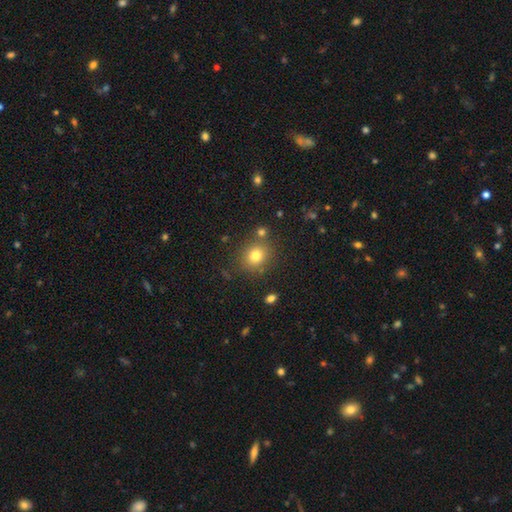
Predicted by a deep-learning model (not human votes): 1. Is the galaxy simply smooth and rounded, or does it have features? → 77% smooth, 14% star or artifact, 9% featured or disk.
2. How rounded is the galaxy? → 76% round, 23% in between, 1% cigar-shaped.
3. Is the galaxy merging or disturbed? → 78% none, 10% minor disturbance, 8% merger, 4% major disturbance.